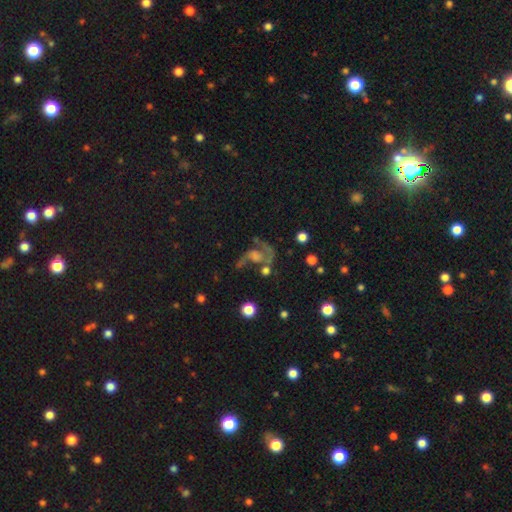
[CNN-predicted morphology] smooth_or_featured: featured or disk (p=0.66) [alt: star or artifact p=0.18]
disk_edge_on: no (p=0.96) [alt: yes p=0.04]
bar: no (p=0.66) [alt: weak p=0.27]
has_spiral_arms: yes (p=0.82) [alt: no p=0.18]
spiral_winding: loose (p=0.57) [alt: medium p=0.33]
spiral_arm_count: 2 (p=0.63) [alt: 1 p=0.26]
bulge_size: none (p=0.32) [alt: moderate p=0.28]
merging: major disturbance (p=0.34) [alt: none p=0.33]